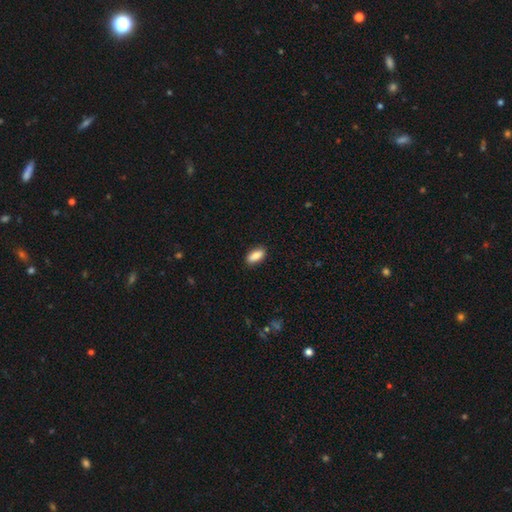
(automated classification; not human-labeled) This appears to be a smooth galaxy with no disk features (87%) that is in between round and cigar-shaped (86%). Merging: none (89%).